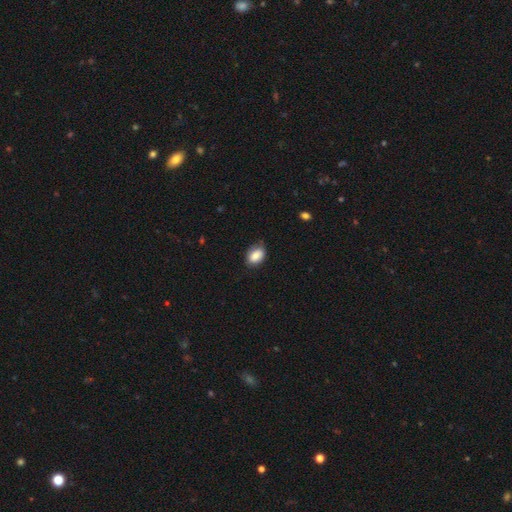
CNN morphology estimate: smooth-or-featured: smooth: 84% | featured or disk: 9% | star or artifact: 7%
  how-rounded: in between: 82% | round: 16% | cigar-shaped: 1%
  merging: none: 71% | minor disturbance: 24% | major disturbance: 4% | merger: 1%